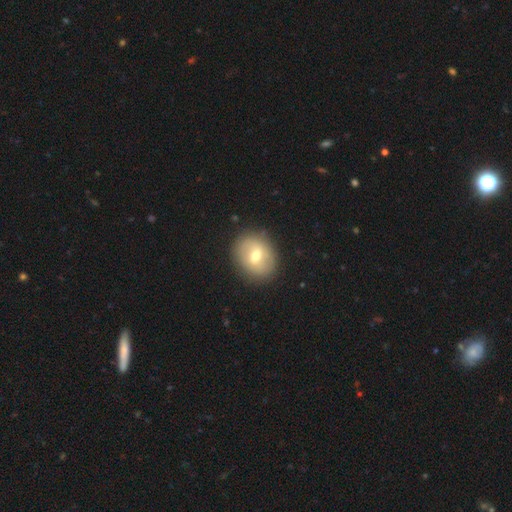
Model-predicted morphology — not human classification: A smooth galaxy with no disk features (57%) that is round (64%).

Vote fractions:
- Smooth or featured? smooth: 57% / featured or disk: 35% / star or artifact: 8%
- How rounded? round: 64% / in between: 35% / cigar-shaped: 1%
- Merging? none: 86% / minor disturbance: 10% / major disturbance: 3% / merger: 1%